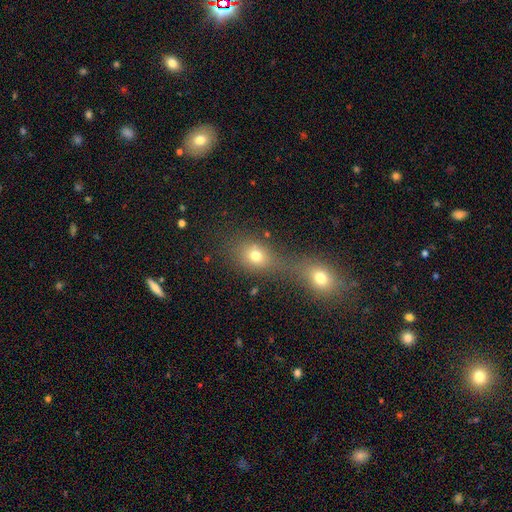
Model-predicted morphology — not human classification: type=smooth (72%); roundness=round (55%); merging=merger (59%).